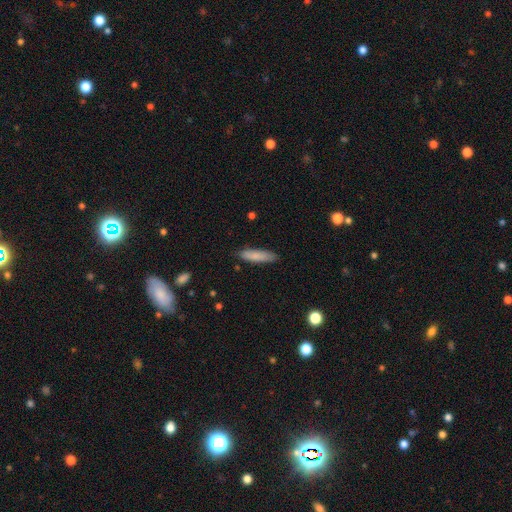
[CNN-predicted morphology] This appears to be a smooth galaxy with no disk features (83%) that is cigar-shaped (73%). Merging: none (84%).